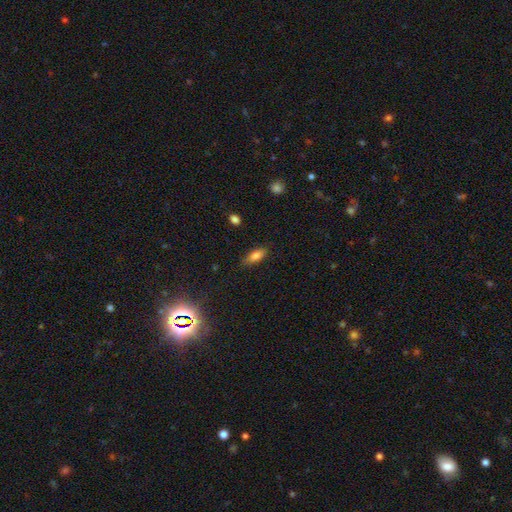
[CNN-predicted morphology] Smooth or featured?
  - smooth: 81% *
  - featured or disk: 10%
  - star or artifact: 9%
How rounded?
  - in between: 79% *
  - cigar-shaped: 18%
  - round: 3%
Merging?
  - none: 79% *
  - minor disturbance: 16%
  - major disturbance: 3%
  - merger: 1%